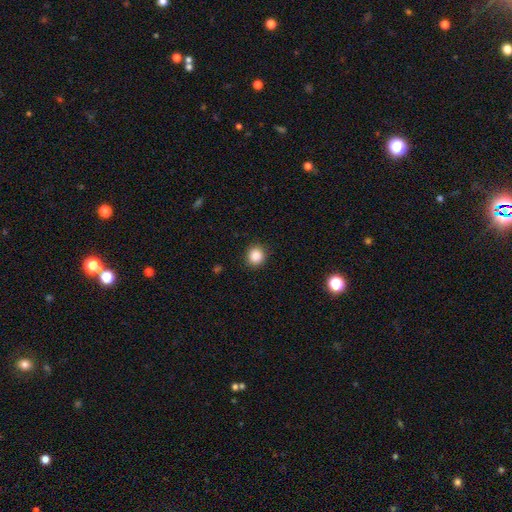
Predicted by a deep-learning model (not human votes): smooth 87%, star or artifact 10%, featured or disk 3%. Down the decision tree: how rounded — round (88%); merging — none (90%).